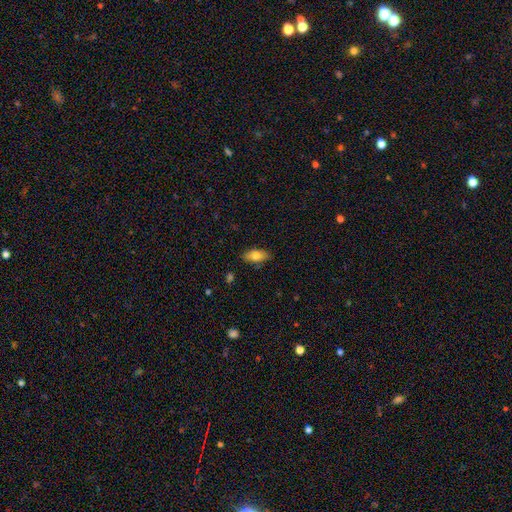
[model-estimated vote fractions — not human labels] Smooth or featured? Predicted: smooth (p=0.76). How rounded? Predicted: in between (p=0.88). Merging? Predicted: none (p=0.81).